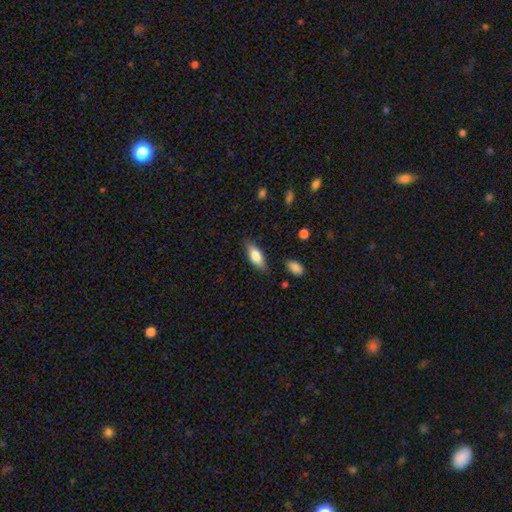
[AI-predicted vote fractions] smooth-or-featured: smooth: 81% | featured or disk: 12% | star or artifact: 6%
  how-rounded: in between: 75% | cigar-shaped: 23% | round: 2%
  merging: none: 81% | minor disturbance: 14% | major disturbance: 3% | merger: 2%